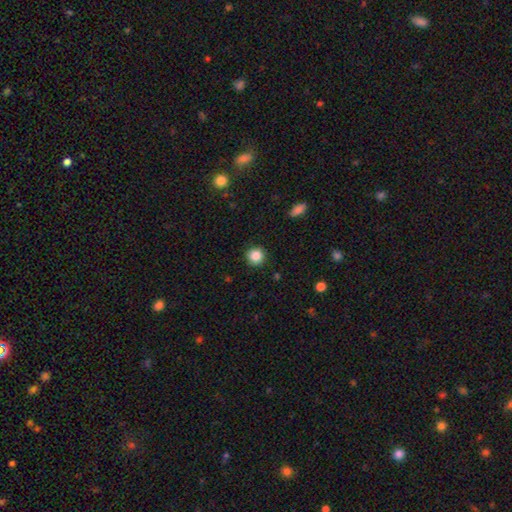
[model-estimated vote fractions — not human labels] smooth-or-featured: smooth: 86% | star or artifact: 10% | featured or disk: 4%
  how-rounded: round: 94% | in between: 5% | cigar-shaped: 1%
  merging: none: 91% | minor disturbance: 6% | major disturbance: 2% | merger: 1%